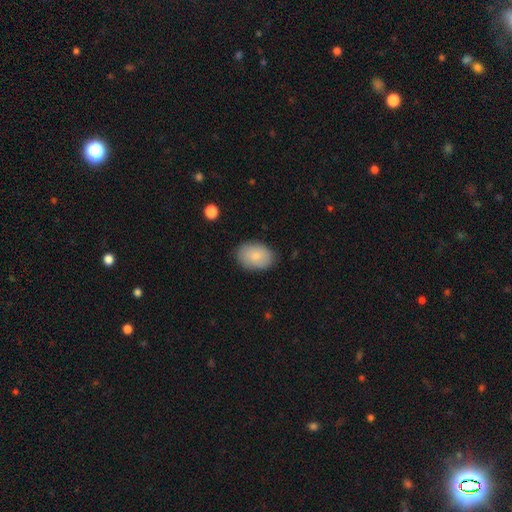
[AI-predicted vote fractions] This is clearly a smooth galaxy (80%). How rounded: likely in between (74%). Merging: clearly none (82%).